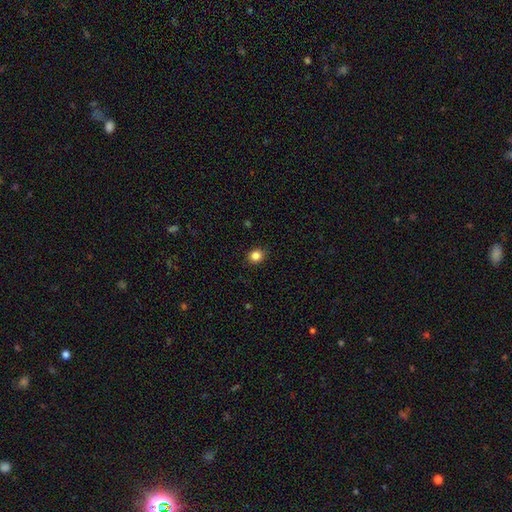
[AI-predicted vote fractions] A smooth galaxy with no disk features (85%) that is round (73%). Merging: none (89%).